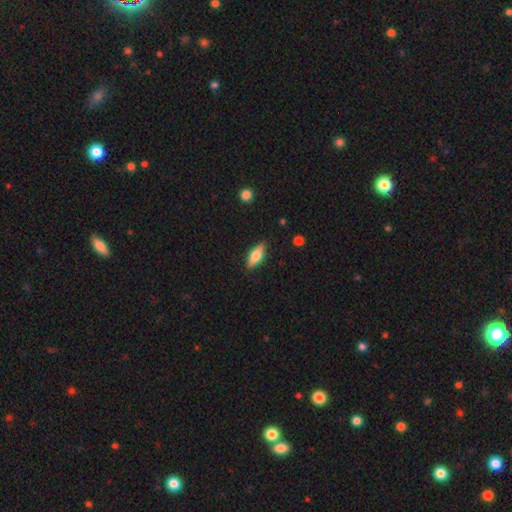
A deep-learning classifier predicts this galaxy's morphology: The model was most divided on "smooth or featured": smooth: 60%, featured or disk: 34%, star or artifact: 7%. More confident: merging — none (86%); how rounded — in between (66%).